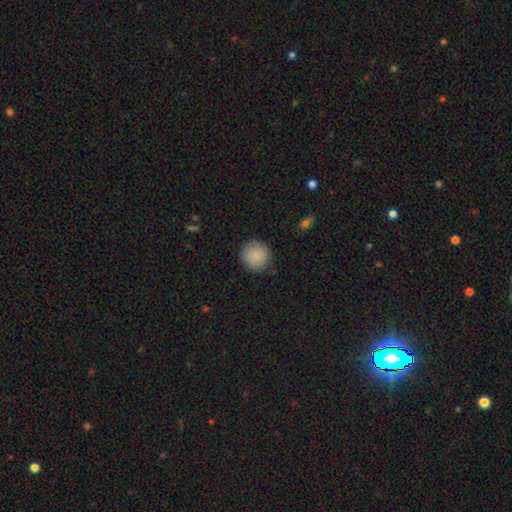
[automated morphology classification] Smooth or featured?
  - smooth: 89% *
  - star or artifact: 7%
  - featured or disk: 4%
How rounded?
  - round: 94% *
  - in between: 5%
  - cigar-shaped: 1%
Merging?
  - none: 90% *
  - minor disturbance: 7%
  - major disturbance: 2%
  - merger: 1%